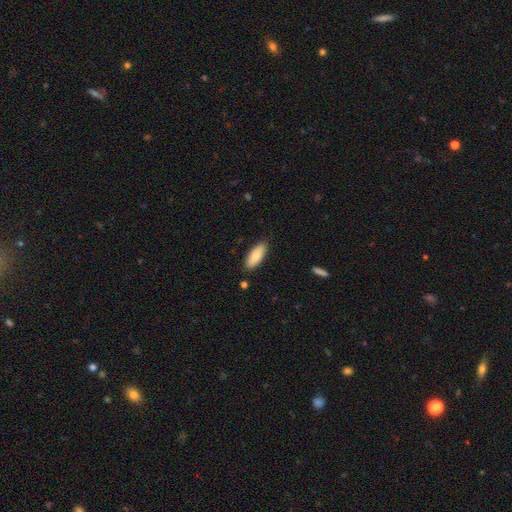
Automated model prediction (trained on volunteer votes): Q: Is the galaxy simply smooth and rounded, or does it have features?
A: smooth — 81%.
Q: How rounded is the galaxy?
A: in between — 77%.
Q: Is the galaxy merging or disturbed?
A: none — 86%.